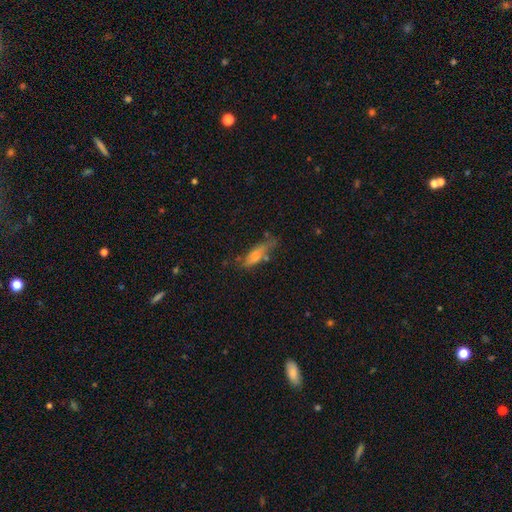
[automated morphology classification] A smooth galaxy with no disk features (68%) that is in between round and cigar-shaped (54%). Merging: none (40%).